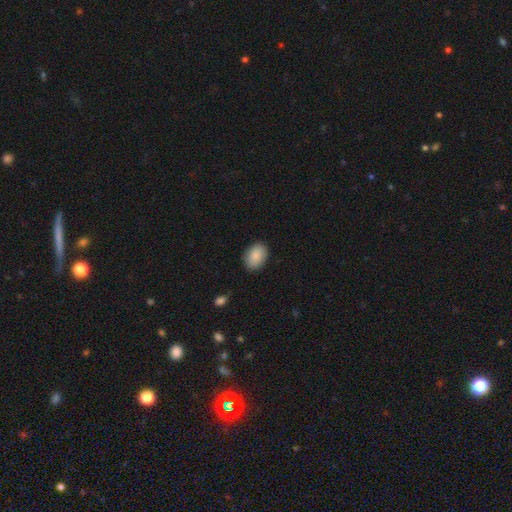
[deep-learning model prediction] Smooth or featured: smooth — 88% (star or artifact — 6%)
How rounded: in between — 86% (round — 13%)
Merging: none — 87% (minor disturbance — 10%)